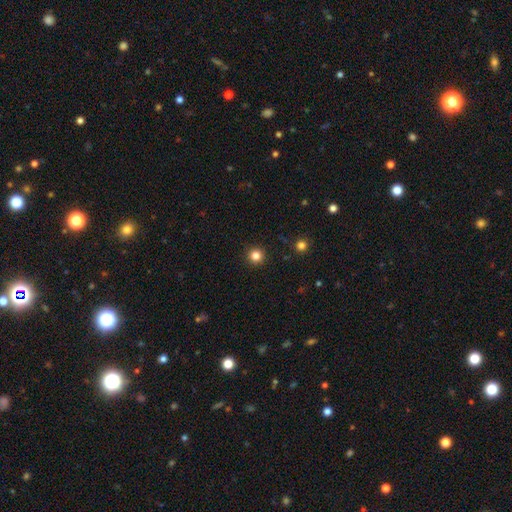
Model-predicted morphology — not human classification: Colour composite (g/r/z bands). It shows a smooth galaxy with no disk features (82%) that is round (95%). Merging: none (93%).